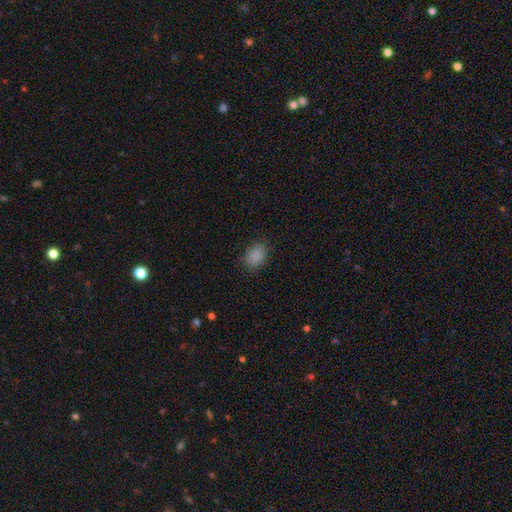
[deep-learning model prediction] The model was most divided on "how rounded": in between: 71%, round: 28%, cigar-shaped: 1%. More confident: smooth or featured — smooth (86%); merging — none (83%).